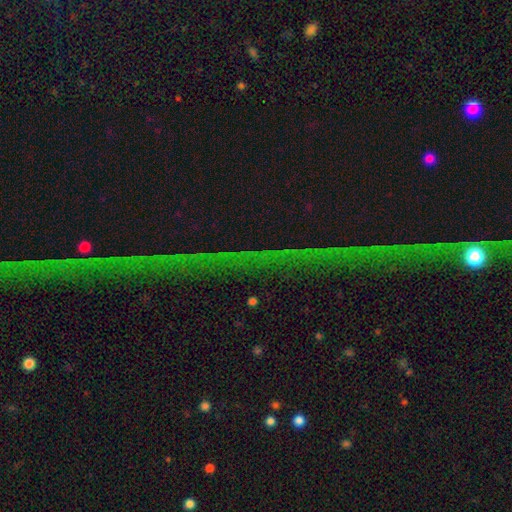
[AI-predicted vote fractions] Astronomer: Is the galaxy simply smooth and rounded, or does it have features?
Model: star or artifact — 78%.